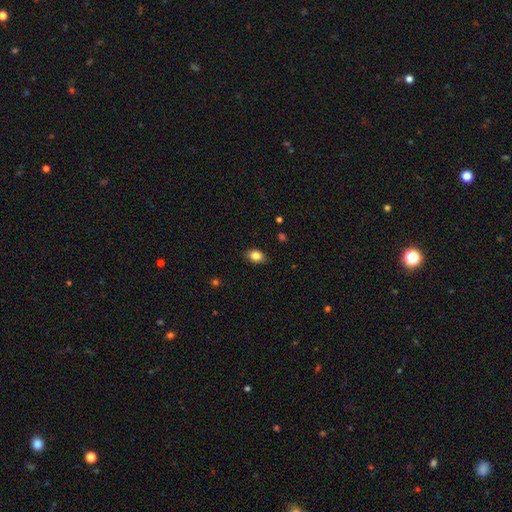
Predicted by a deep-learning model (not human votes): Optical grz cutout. It shows a smooth galaxy with no disk features (84%) that is in between round and cigar-shaped (75%). Merging: none (87%).